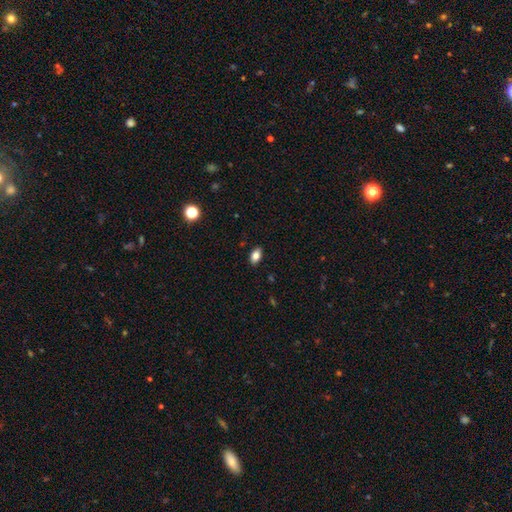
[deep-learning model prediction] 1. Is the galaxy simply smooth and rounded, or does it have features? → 81% smooth, 10% featured or disk, 9% star or artifact.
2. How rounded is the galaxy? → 90% in between, 7% round, 3% cigar-shaped.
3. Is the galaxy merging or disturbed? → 88% none, 9% minor disturbance, 2% major disturbance, 1% merger.